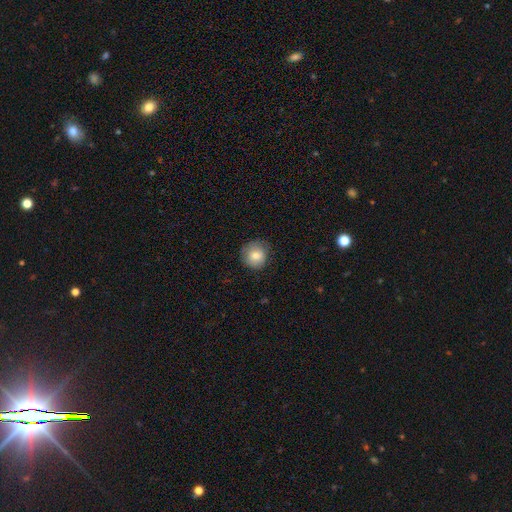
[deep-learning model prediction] Smooth or featured?
  - smooth: 79% *
  - featured or disk: 13%
  - star or artifact: 9%
How rounded?
  - round: 90% *
  - in between: 9%
  - cigar-shaped: 1%
Merging?
  - none: 76% *
  - minor disturbance: 18%
  - major disturbance: 4%
  - merger: 1%